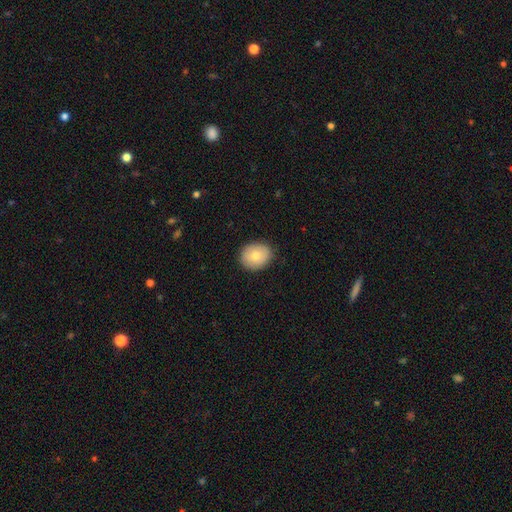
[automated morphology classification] A smooth galaxy with no disk features (76%) that is round (59%).

Vote fractions:
- Smooth or featured? smooth: 76% / featured or disk: 16% / star or artifact: 8%
- How rounded? round: 59% / in between: 40% / cigar-shaped: 1%
- Merging? none: 87% / minor disturbance: 10% / major disturbance: 2% / merger: 1%